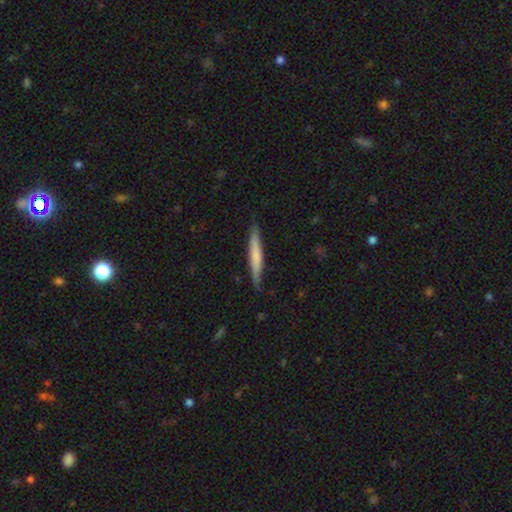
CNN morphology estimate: smooth-or-featured: smooth: 60% | featured or disk: 35% | star or artifact: 5%
  how-rounded: cigar-shaped: 95% | in between: 4% | round: 1%
  merging: none: 84% | minor disturbance: 13% | major disturbance: 2% | merger: 1%